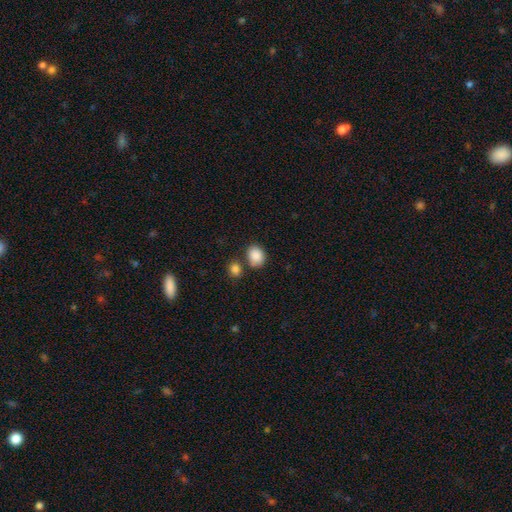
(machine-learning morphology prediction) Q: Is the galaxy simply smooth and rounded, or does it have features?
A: smooth — 88%.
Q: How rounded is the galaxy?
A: in between — 54%.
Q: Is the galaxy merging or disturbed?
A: none — 66%.